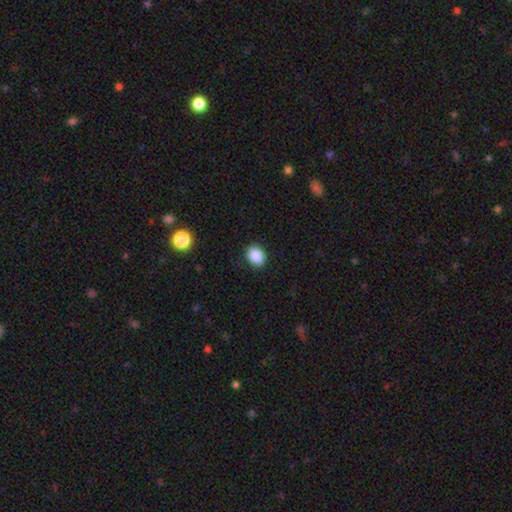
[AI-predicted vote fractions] smooth_or_featured: smooth (p=0.88) [alt: star or artifact p=0.09]
how_rounded: in between (p=0.53) [alt: round p=0.46]
merging: none (p=0.87) [alt: minor disturbance p=0.10]